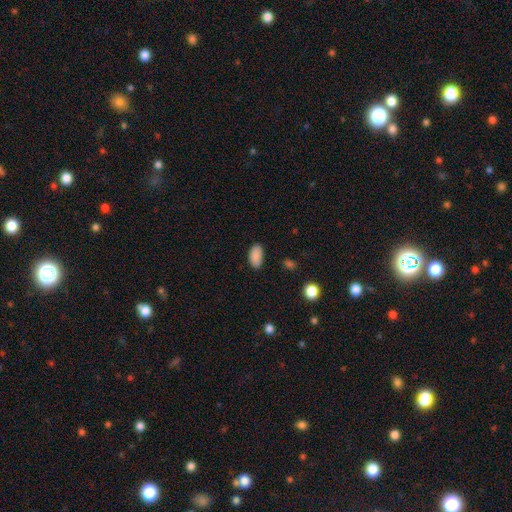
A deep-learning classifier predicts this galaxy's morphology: smooth 89%, star or artifact 8%, featured or disk 3%. Down the decision tree: how rounded — in between (94%); merging — none (85%).